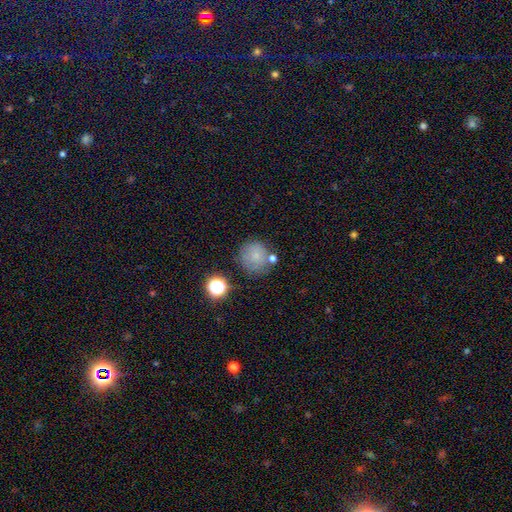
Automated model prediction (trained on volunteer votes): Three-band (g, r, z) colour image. It shows a smooth galaxy with no disk features (72%) that is round (92%). Merging: none (67%).